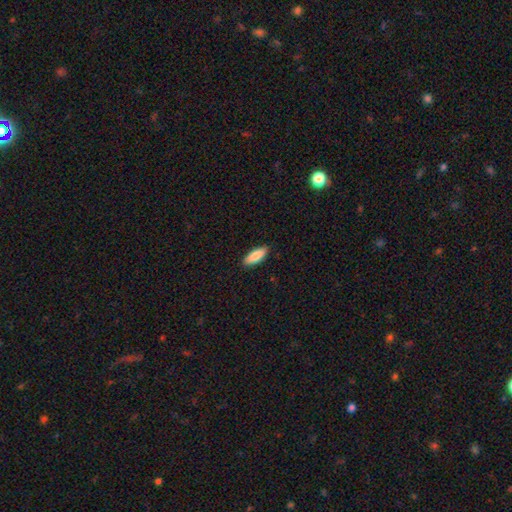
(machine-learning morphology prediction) Smooth or featured? Predicted: smooth (p=0.88). How rounded? Predicted: in between (p=0.72). Merging? Predicted: none (p=0.90).